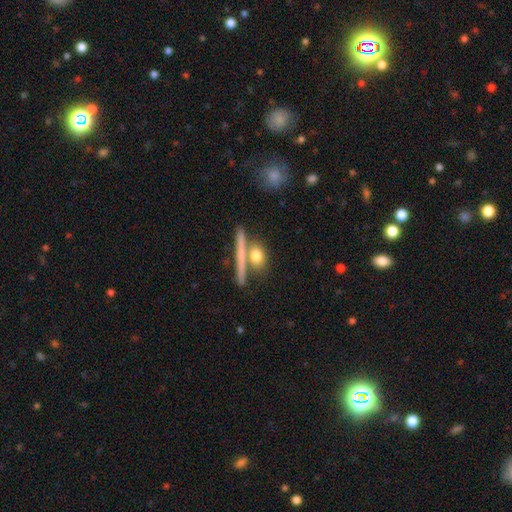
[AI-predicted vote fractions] smooth_or_featured: smooth (p=0.71) [alt: featured or disk p=0.22]
how_rounded: cigar-shaped (p=0.38) [alt: round p=0.35]
merging: none (p=0.64) [alt: merger p=0.21]